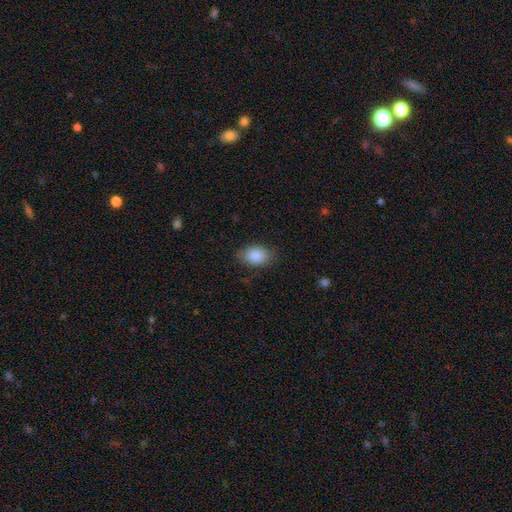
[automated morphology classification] Overall: smooth (86%). How rounded: in between (86%). Merging: none (80%).